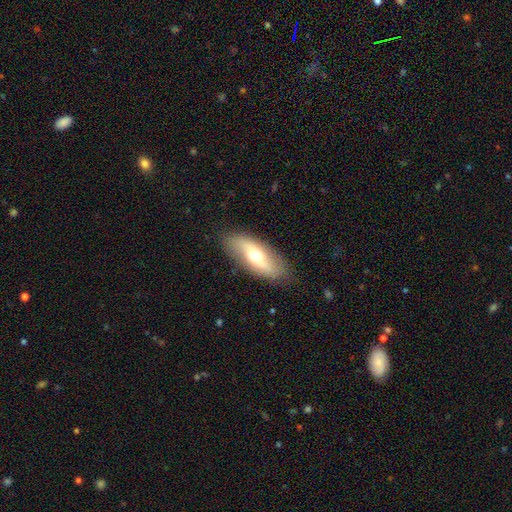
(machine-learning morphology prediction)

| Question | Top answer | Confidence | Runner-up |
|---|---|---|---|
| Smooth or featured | featured or disk | 51% | smooth (43%) |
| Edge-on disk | no | 74% | yes (26%) |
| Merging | none | 84% | minor disturbance (12%) |